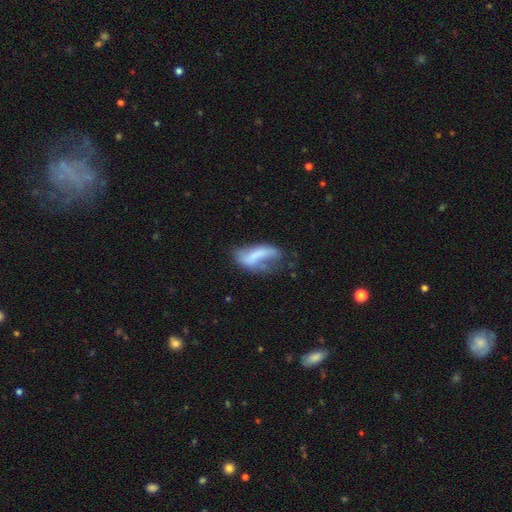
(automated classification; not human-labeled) This appears to be a smooth galaxy with no disk features (50%) that is in between round and cigar-shaped (77%). Merging: major disturbance (35%).